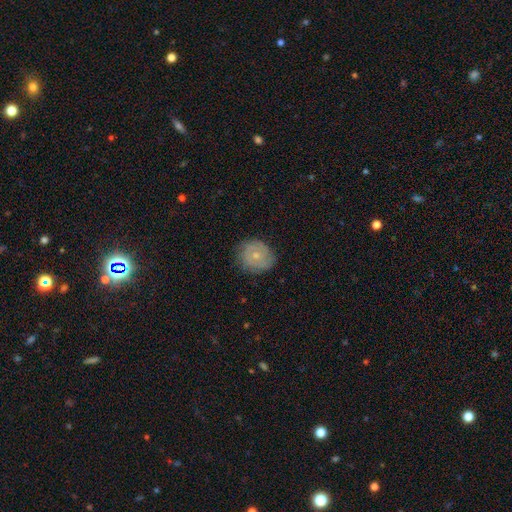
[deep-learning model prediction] This appears to be a featured or disk galaxy (53%) with no bar (77%), spiral arms (75%) and a small central bulge (59%). Merging: none (76%).